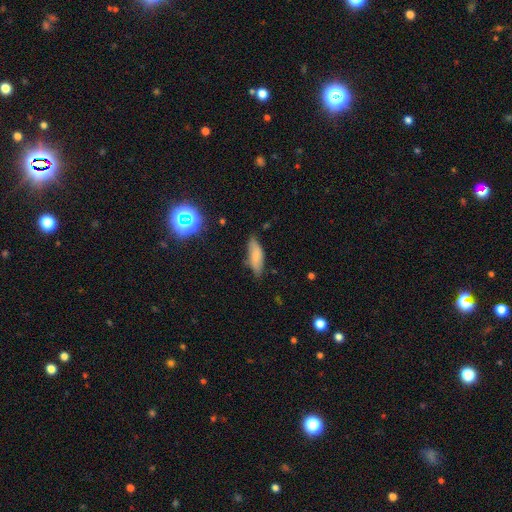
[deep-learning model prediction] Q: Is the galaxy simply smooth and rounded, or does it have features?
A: smooth — 75%.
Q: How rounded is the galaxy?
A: in between — 61%.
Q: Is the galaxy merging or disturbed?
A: none — 72%.